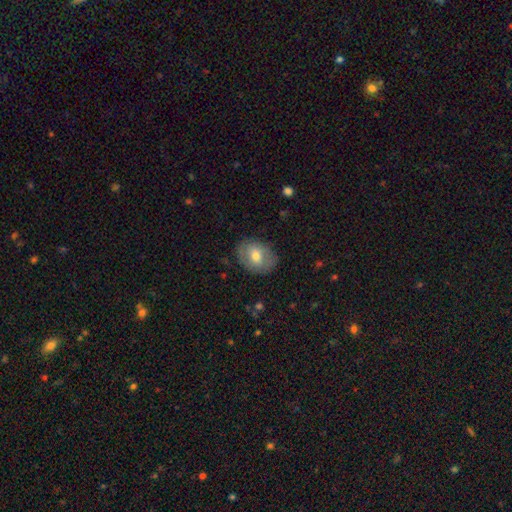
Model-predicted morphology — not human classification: Smooth or featured? Predicted: smooth (p=0.61). How rounded? Predicted: in between (p=0.64). Merging? Predicted: none (p=0.80).